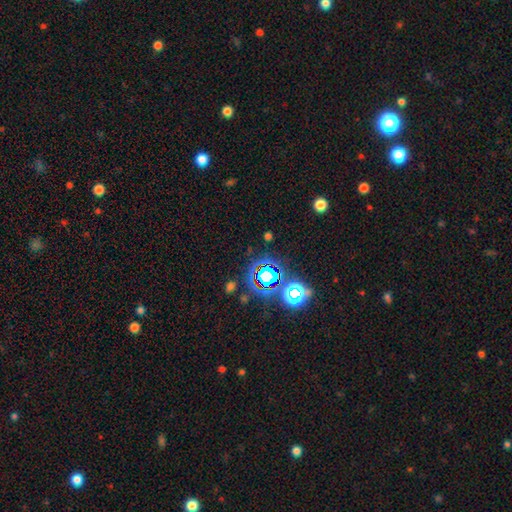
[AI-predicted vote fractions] A star or artifact, not a galaxy (76%).